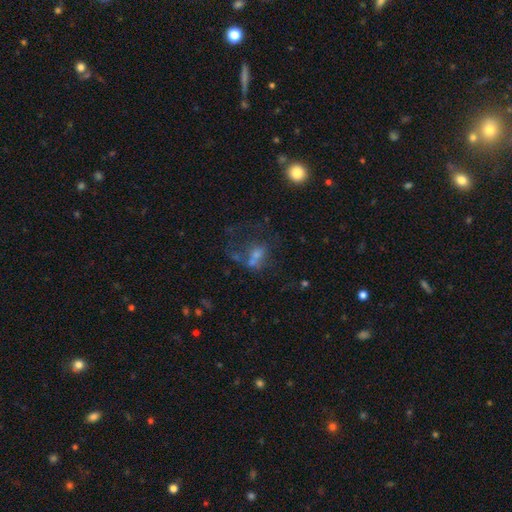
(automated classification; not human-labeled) This is marginally a smooth galaxy (38%). Merging: marginally merger (31%).